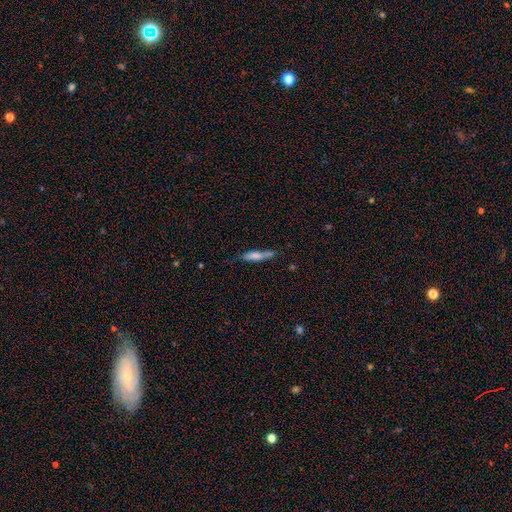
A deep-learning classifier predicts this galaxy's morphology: Smooth or featured? Predicted: smooth (p=0.65). How rounded? Predicted: cigar-shaped (p=0.82). Merging? Predicted: none (p=0.59).